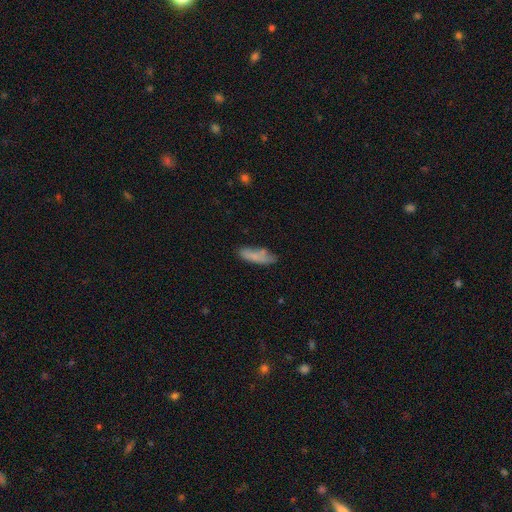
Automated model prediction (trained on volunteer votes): Overall: smooth (77%). How rounded: cigar-shaped (52%; in between 46%). Merging: none (63%; minor disturbance 23%).